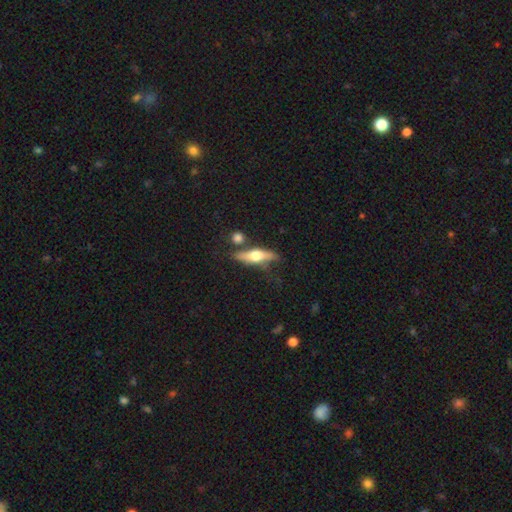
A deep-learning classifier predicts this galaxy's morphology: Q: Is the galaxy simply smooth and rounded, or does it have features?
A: featured or disk — 57%.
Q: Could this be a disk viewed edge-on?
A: yes — 90%.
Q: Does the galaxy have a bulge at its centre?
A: rounded — 94%.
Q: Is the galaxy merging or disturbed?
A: none — 67%.